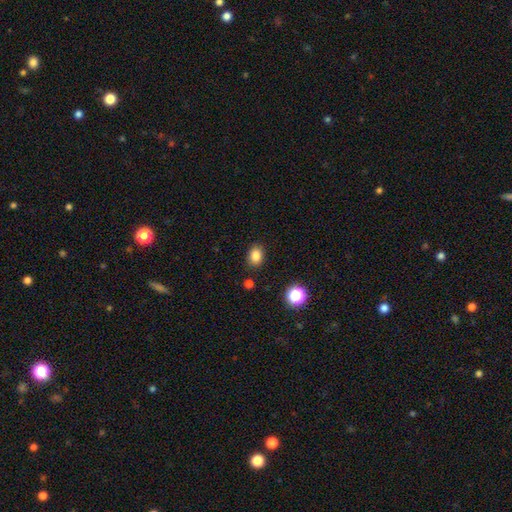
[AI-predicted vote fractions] A smooth galaxy with no disk features (84%) that is in between round and cigar-shaped (64%).

Vote fractions:
- Smooth or featured? smooth: 84% / star or artifact: 11% / featured or disk: 5%
- How rounded? in between: 64% / round: 35% / cigar-shaped: 1%
- Merging? none: 86% / minor disturbance: 9% / major disturbance: 2% / merger: 2%